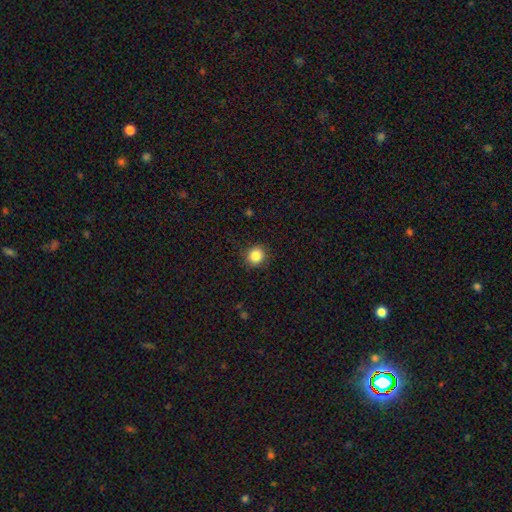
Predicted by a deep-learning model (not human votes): A smooth galaxy with no disk features (85%) that is round (86%).

Vote fractions:
- Smooth or featured? smooth: 85% / star or artifact: 10% / featured or disk: 4%
- How rounded? round: 86% / in between: 13% / cigar-shaped: 1%
- Merging? none: 89% / minor disturbance: 8% / major disturbance: 2% / merger: 1%